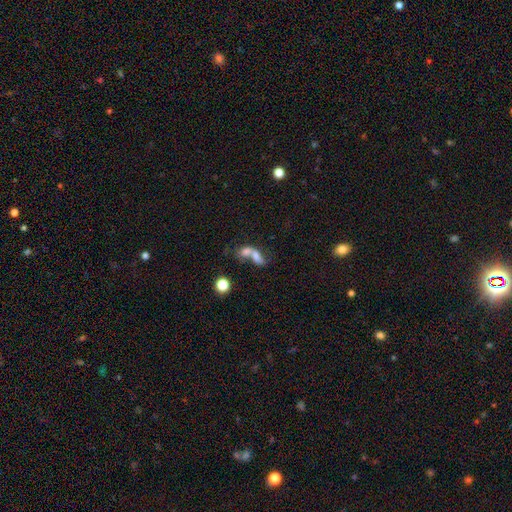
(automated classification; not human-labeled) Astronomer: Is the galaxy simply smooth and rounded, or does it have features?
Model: smooth — 62%.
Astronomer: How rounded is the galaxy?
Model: in between — 71%.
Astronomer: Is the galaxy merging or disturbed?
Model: merger — 71%.